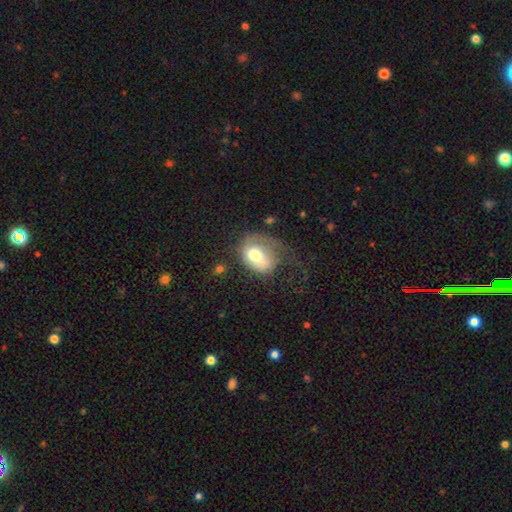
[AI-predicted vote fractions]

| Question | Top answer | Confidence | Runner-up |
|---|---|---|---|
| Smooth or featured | smooth | 58% | featured or disk (34%) |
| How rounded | in between | 62% | round (36%) |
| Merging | major disturbance | 45% | none (27%) |